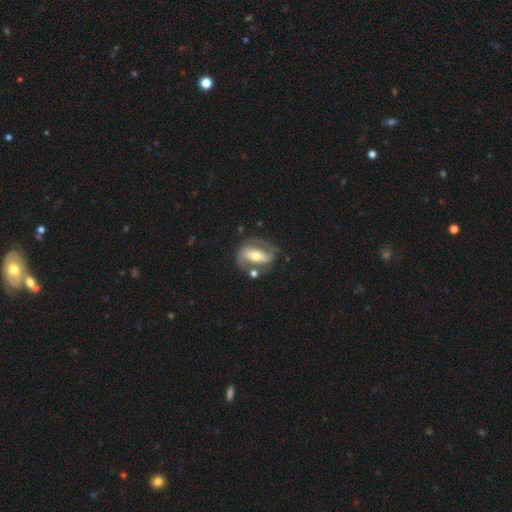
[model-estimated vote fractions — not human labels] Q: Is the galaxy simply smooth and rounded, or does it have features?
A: featured or disk — 76%.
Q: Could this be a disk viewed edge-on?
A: no — 91%.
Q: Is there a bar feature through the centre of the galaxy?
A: strong — 62%.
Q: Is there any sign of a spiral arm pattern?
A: yes — 77%.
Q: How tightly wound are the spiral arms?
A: medium — 45%.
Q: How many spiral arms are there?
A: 2 — 82%.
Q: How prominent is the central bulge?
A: moderate — 64%.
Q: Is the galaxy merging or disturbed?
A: none — 64%.